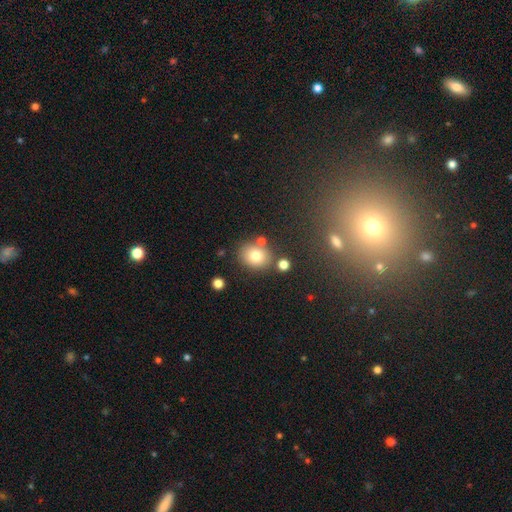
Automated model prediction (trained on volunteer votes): Morphology: type=smooth (77%); roundness=round (58%); merging=none (75%).